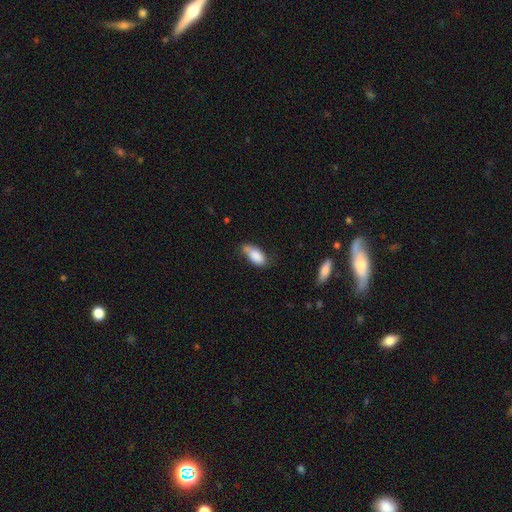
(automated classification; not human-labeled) Smooth or featured? smooth (84%)
How rounded? in between (89%)
Merging? none (50%)